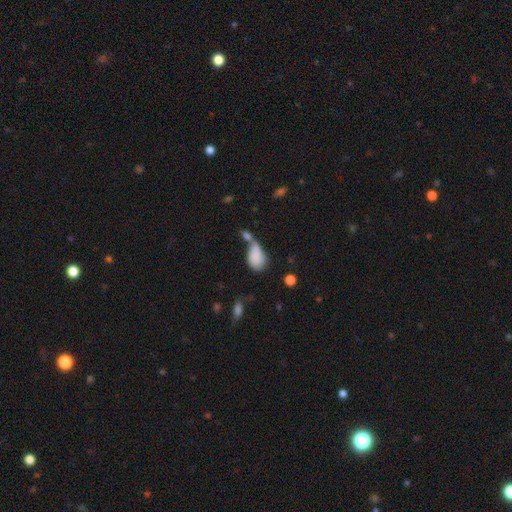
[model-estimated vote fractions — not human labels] Overall: smooth (82%). How rounded: in between (86%). Merging: merger (41%; none 25%).